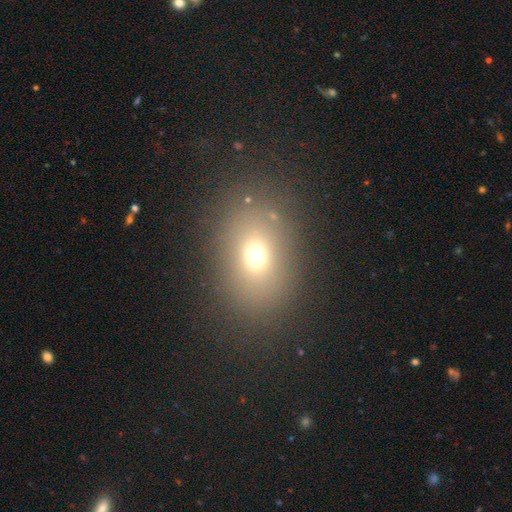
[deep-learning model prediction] smooth_or_featured: smooth (p=0.69) [alt: star or artifact p=0.19]
how_rounded: in between (p=0.57) [alt: round p=0.42]
merging: none (p=0.82) [alt: minor disturbance p=0.10]